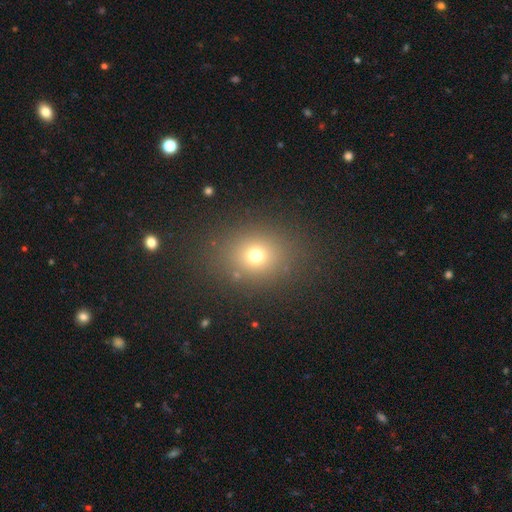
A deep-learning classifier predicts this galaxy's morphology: type=smooth (70%); roundness=round (69%); merging=none (85%).